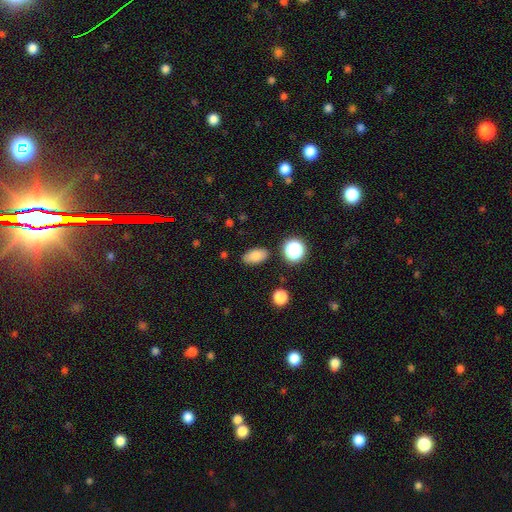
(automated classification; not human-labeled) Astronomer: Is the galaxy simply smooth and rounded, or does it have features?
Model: smooth — 81%.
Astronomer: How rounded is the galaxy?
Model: in between — 89%.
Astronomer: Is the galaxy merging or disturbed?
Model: none — 85%.